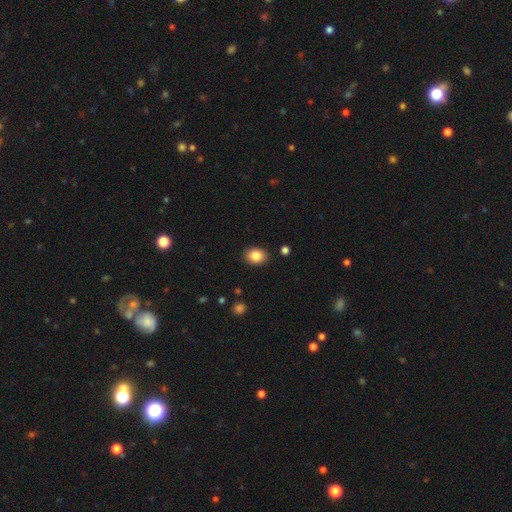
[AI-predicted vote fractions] A smooth galaxy with no disk features (85%) that is in between round and cigar-shaped (64%). Merging: none (88%).